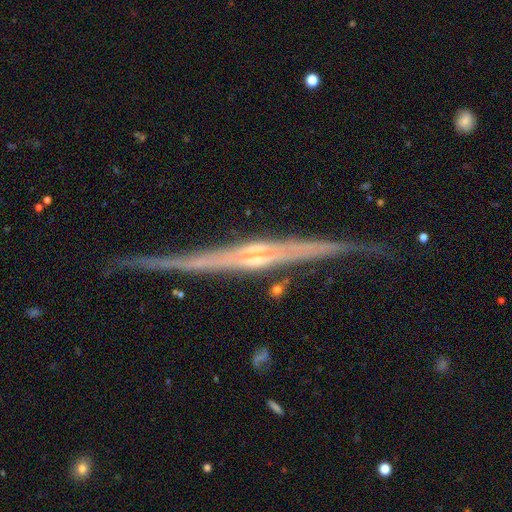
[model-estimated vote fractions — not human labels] The model was most divided on "edge-on bulge": rounded: 59%, none: 23%, boxy: 18%. More confident: edge-on disk — yes (98%); smooth or featured — featured or disk (88%); merging — none (82%).